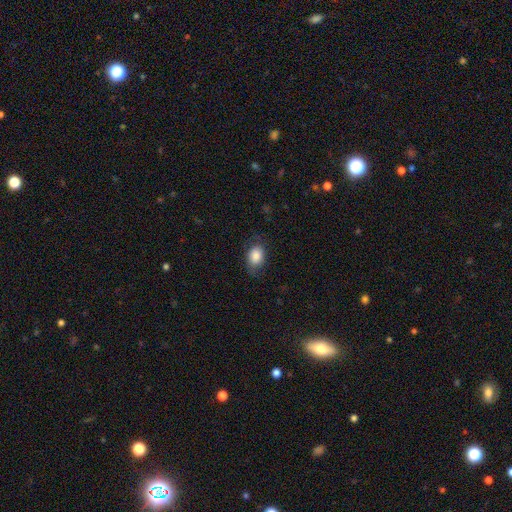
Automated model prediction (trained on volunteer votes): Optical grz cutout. It shows a smooth galaxy with no disk features (83%) that is in between round and cigar-shaped (71%). Merging: none (68%).